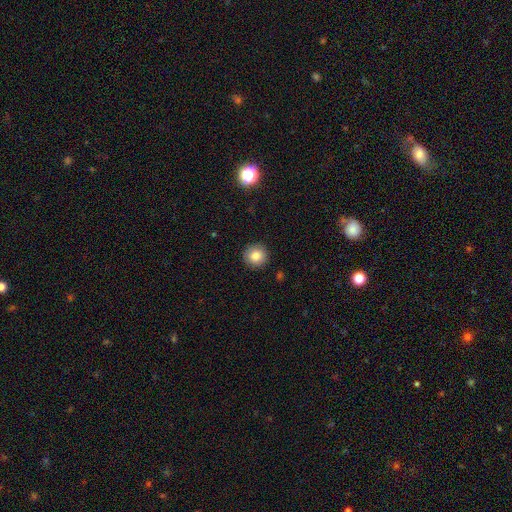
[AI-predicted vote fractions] Smooth or featured? Predicted: smooth (p=0.83). How rounded? Predicted: round (p=0.94). Merging? Predicted: none (p=0.91).